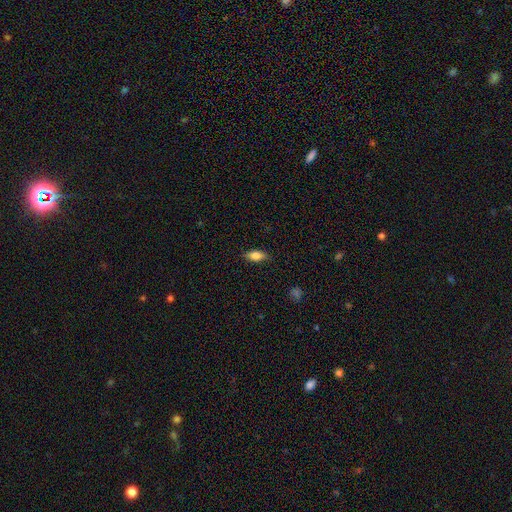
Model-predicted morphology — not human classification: Smooth or featured? smooth (73%)
How rounded? in between (77%)
Merging? none (85%)